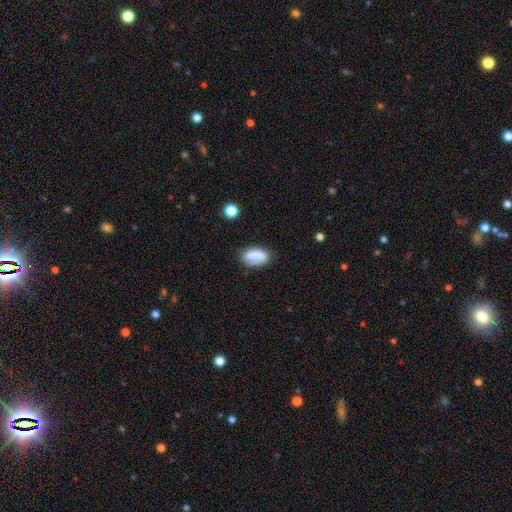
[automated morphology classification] This is likely a smooth galaxy (77%). How rounded: clearly in between (91%). Merging: likely none (68%).